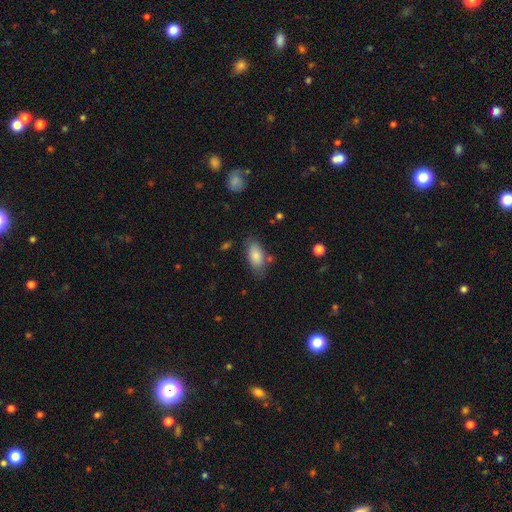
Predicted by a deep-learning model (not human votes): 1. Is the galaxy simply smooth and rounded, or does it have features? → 84% smooth, 9% featured or disk, 7% star or artifact.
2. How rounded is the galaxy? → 91% in between, 6% cigar-shaped, 3% round.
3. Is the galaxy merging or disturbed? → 70% none, 19% minor disturbance, 5% major disturbance, 5% merger.